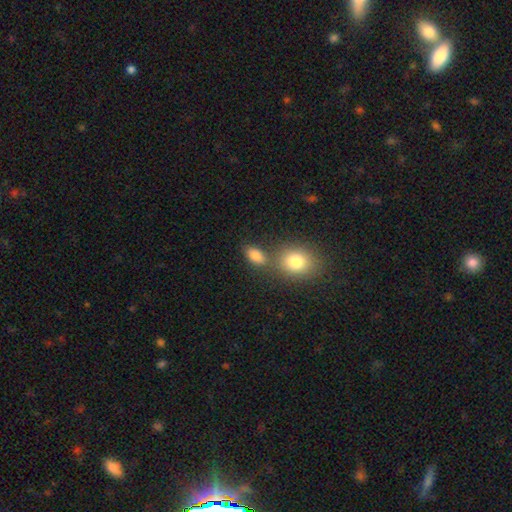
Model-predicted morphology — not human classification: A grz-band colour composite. It shows a smooth galaxy with no disk features (82%) that is in between round and cigar-shaped (81%). Merging: none (61%).